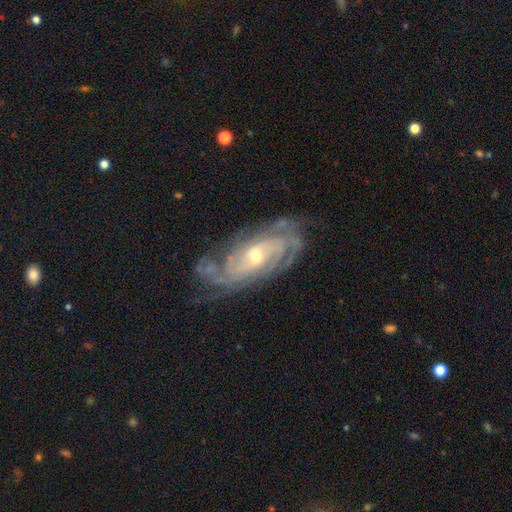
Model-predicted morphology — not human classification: The model was most divided on "bulge size": moderate: 50%, small: 46%, large: 2%, none: 1%, dominant: 1%. Remaining: spiral arms — yes (97%); edge-on disk — no (94%); smooth or featured — featured or disk (89%); merging — none (72%); spiral winding — tight (70%); bar — no (57%); spiral arm count — can't tell (31%).